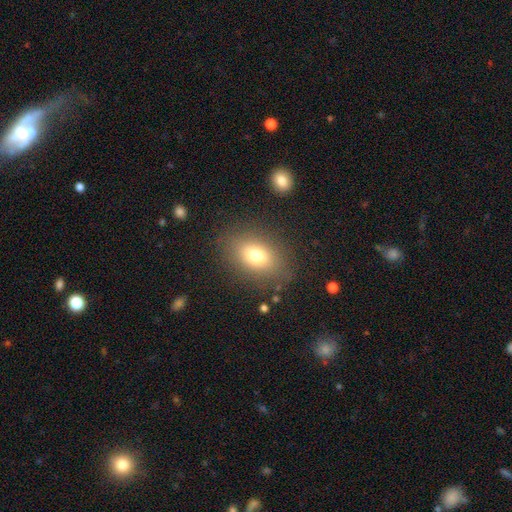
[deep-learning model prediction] This appears to be a smooth galaxy with no disk features (75%) that is in between round and cigar-shaped (77%). Merging: none (82%).